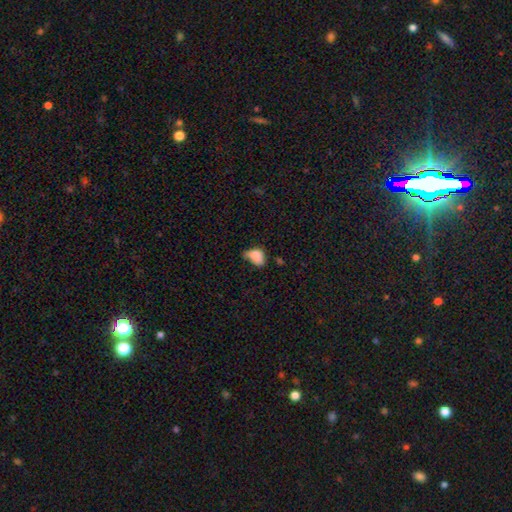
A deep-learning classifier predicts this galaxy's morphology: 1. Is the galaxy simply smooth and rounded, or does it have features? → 80% smooth, 10% featured or disk, 10% star or artifact.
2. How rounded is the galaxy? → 81% in between, 18% round, 2% cigar-shaped.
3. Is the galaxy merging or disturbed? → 41% minor disturbance, 28% none, 23% major disturbance, 8% merger.